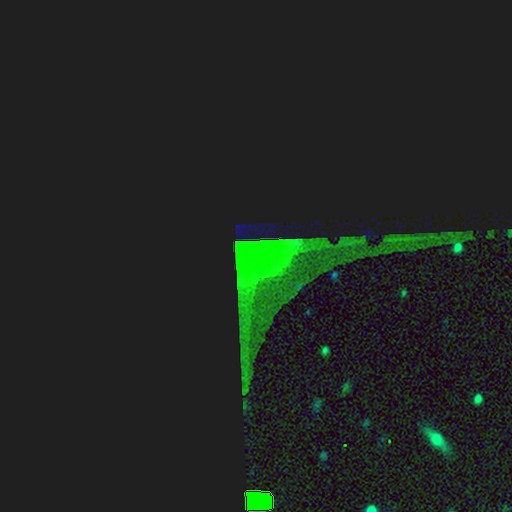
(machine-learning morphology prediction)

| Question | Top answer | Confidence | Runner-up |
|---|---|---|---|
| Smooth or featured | star or artifact | 74% | featured or disk (14%) |